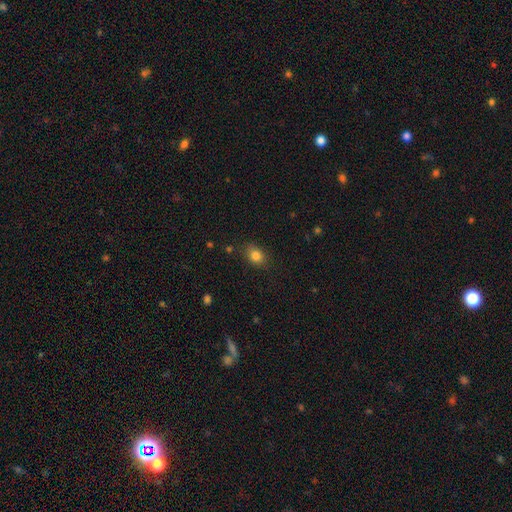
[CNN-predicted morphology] Q: Smooth or featured?
A: smooth (83%); runner-up: star or artifact (11%)
Q: How rounded?
A: in between (61%); runner-up: round (38%)
Q: Merging?
A: none (80%); runner-up: minor disturbance (15%)